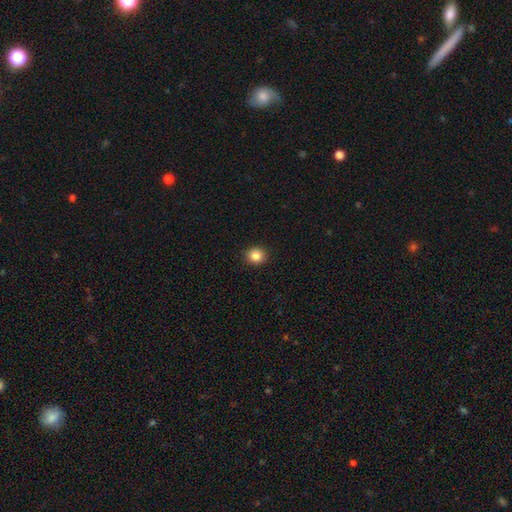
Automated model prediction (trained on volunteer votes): A smooth galaxy with no disk features (85%) that is round (85%). Merging: none (92%).